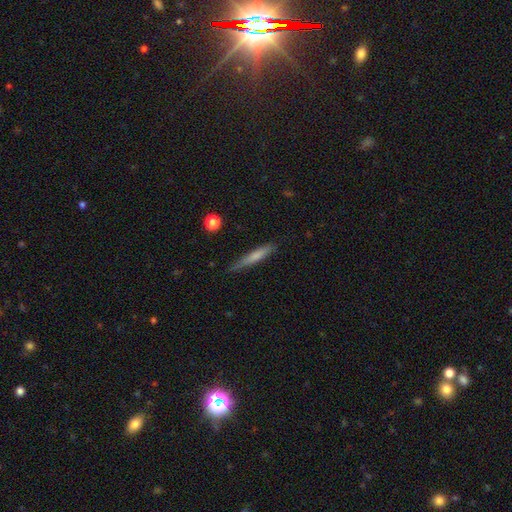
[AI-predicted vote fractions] Smooth or featured? smooth (66%)
How rounded? cigar-shaped (93%)
Merging? none (79%)